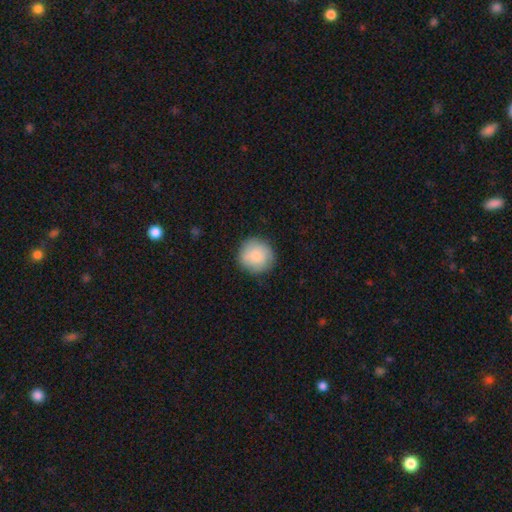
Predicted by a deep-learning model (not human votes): Smooth or featured: smooth — 81% (featured or disk — 13%)
How rounded: round — 93% (in between — 6%)
Merging: none — 85% (minor disturbance — 11%)